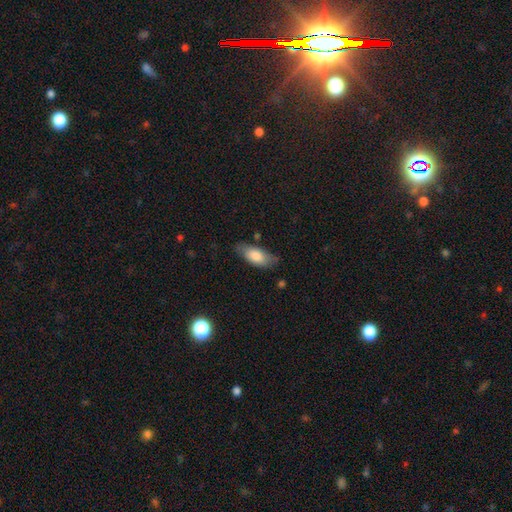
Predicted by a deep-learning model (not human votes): Smooth or featured? Predicted: smooth (p=0.77). How rounded? Predicted: in between (p=0.85). Merging? Predicted: none (p=0.70).